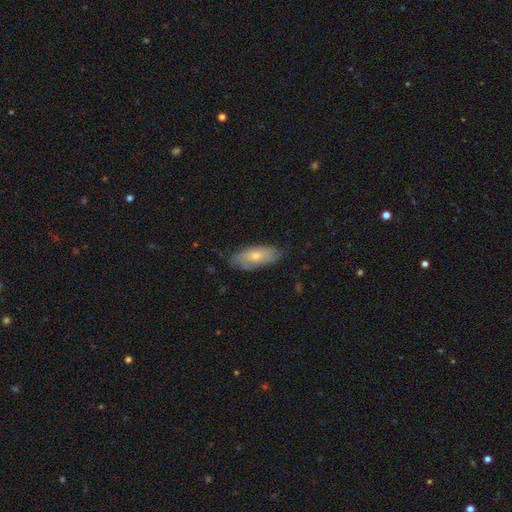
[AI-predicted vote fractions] smooth-or-featured: smooth: 58% | featured or disk: 35% | star or artifact: 7%
  how-rounded: in between: 76% | cigar-shaped: 21% | round: 3%
  merging: none: 78% | minor disturbance: 18% | major disturbance: 3% | merger: 1%